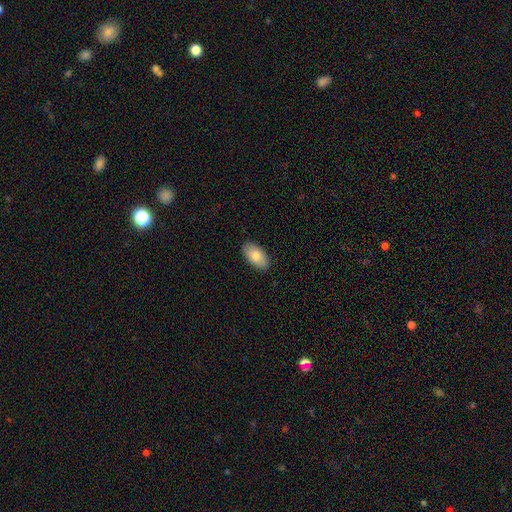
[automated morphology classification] A smooth galaxy with no disk features (80%) that is in between round and cigar-shaped (95%).

Vote fractions:
- Smooth or featured? smooth: 80% / featured or disk: 14% / star or artifact: 6%
- How rounded? in between: 95% / round: 3% / cigar-shaped: 3%
- Merging? none: 89% / minor disturbance: 9% / major disturbance: 2% / merger: 1%